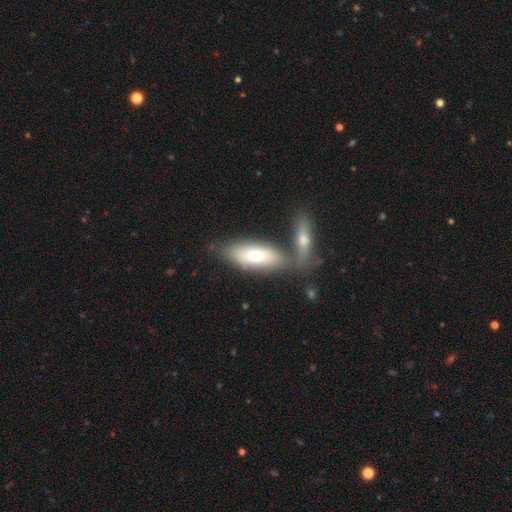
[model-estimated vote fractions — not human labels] Smooth or featured?
  - smooth: 66% *
  - featured or disk: 28%
  - star or artifact: 6%
How rounded?
  - in between: 70% *
  - cigar-shaped: 27%
  - round: 3%
Merging?
  - none: 50% *
  - merger: 34%
  - minor disturbance: 12%
  - major disturbance: 4%